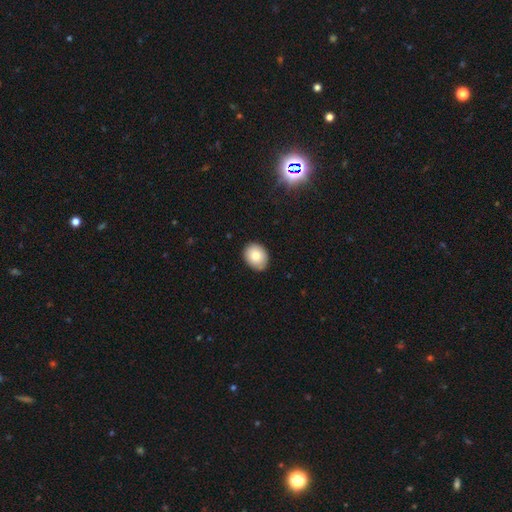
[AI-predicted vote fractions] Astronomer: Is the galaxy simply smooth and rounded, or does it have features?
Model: smooth — 82%.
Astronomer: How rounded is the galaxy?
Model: in between — 54% (runner-up: round, 46%).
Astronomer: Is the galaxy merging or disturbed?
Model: none — 85%.